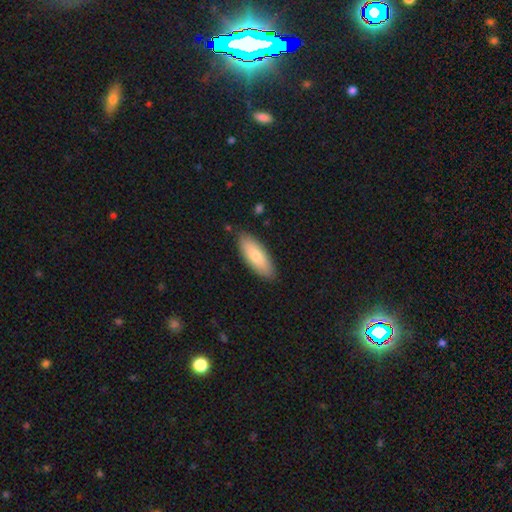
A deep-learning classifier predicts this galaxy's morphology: Overall: smooth (77%). How rounded: in between (69%). Merging: none (85%).